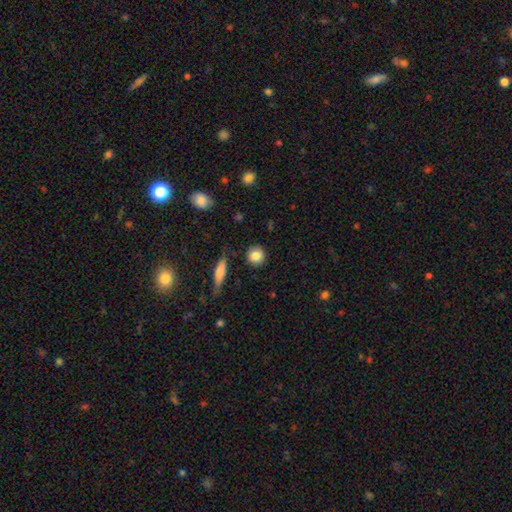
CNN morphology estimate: smooth_or_featured: smooth (p=0.84) [alt: star or artifact p=0.08]
how_rounded: round (p=0.87) [alt: in between p=0.11]
merging: none (p=0.86) [alt: minor disturbance p=0.09]